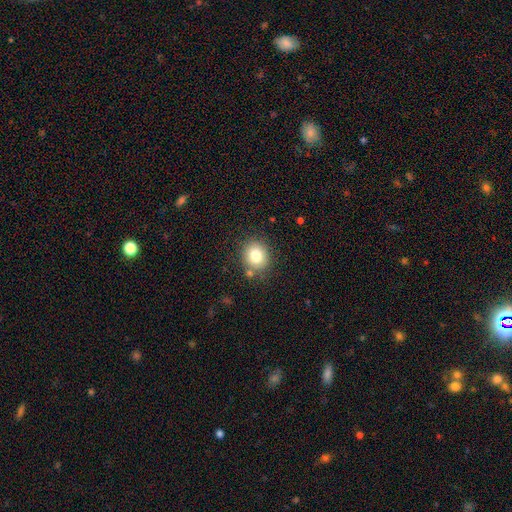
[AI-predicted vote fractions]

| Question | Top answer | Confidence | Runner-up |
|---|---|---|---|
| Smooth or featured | smooth | 80% | star or artifact (11%) |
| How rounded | round | 77% | in between (22%) |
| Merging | none | 80% | minor disturbance (11%) |